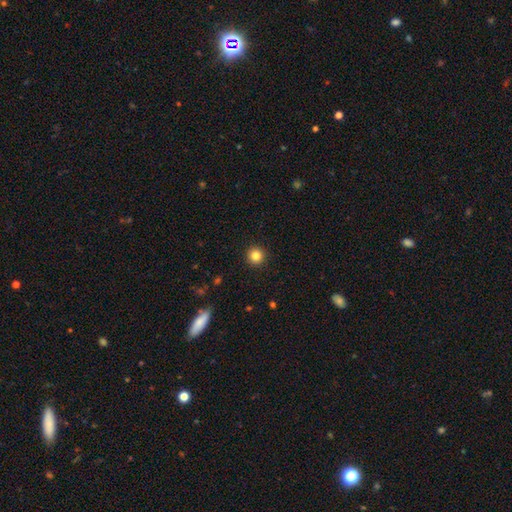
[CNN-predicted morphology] smooth-or-featured: smooth: 83% | star or artifact: 11% | featured or disk: 5%
  how-rounded: round: 96% | in between: 3% | cigar-shaped: 1%
  merging: none: 93% | minor disturbance: 4% | major disturbance: 2% | merger: 1%